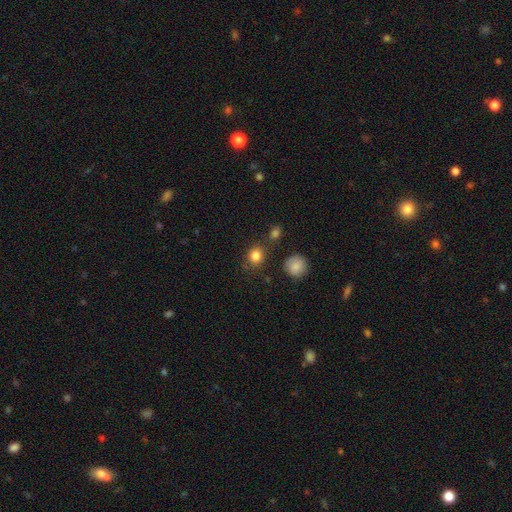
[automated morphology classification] A smooth galaxy with no disk features (83%) that is round (75%).

Vote fractions:
- Smooth or featured? smooth: 83% / star or artifact: 12% / featured or disk: 5%
- How rounded? round: 75% / in between: 24% / cigar-shaped: 1%
- Merging? none: 75% / minor disturbance: 13% / merger: 7% / major disturbance: 5%